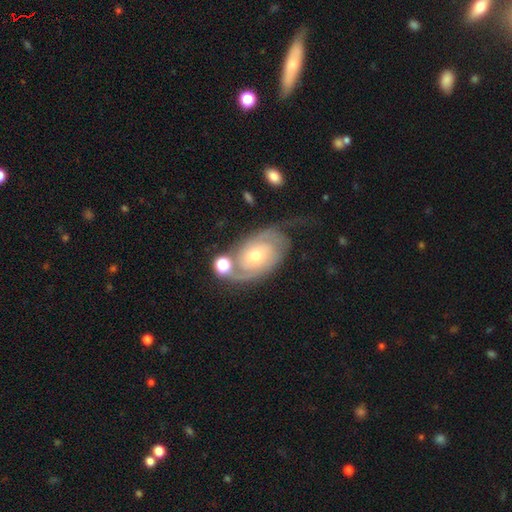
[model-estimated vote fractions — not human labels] Overall: featured or disk (83%). Edge-on disk: no (96%). Bar: no (68%). Spiral arms: yes (96%). Spiral arm count: 2 (75%). Spiral winding: tight (54%; medium 35%). Bulge size: moderate (52%; small 42%). Merging: none (56%; minor disturbance 19%).